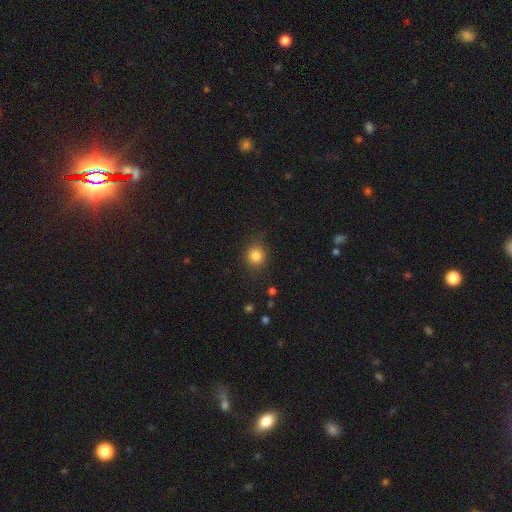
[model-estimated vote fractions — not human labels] Smooth or featured? Predicted: smooth (p=0.83). How rounded? Predicted: round (p=0.88). Merging? Predicted: none (p=0.86).